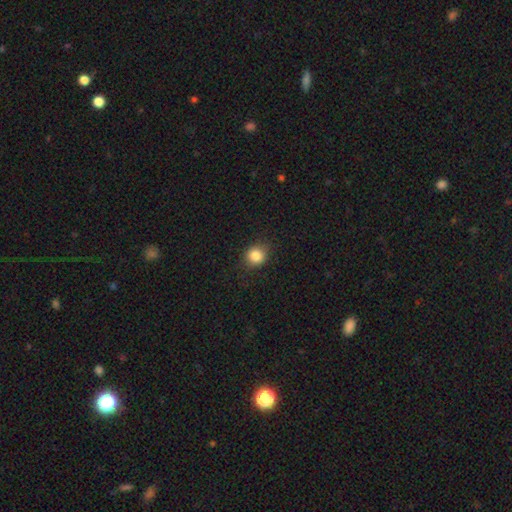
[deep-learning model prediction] This appears to be a smooth galaxy with no disk features (85%) that is round (81%). Merging: none (84%).